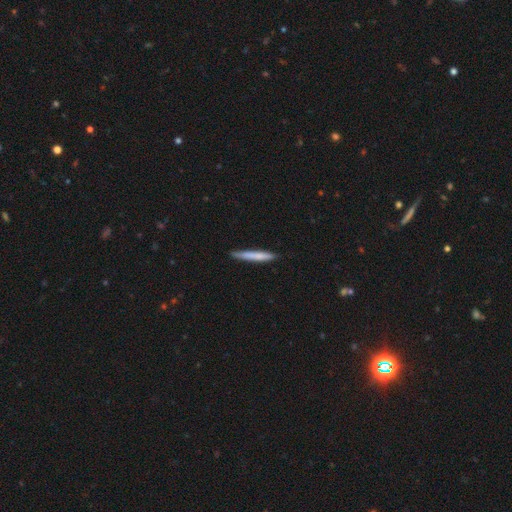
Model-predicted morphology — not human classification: This appears to be a smooth galaxy with no disk features (69%) that is cigar-shaped (96%). Merging: none (83%).